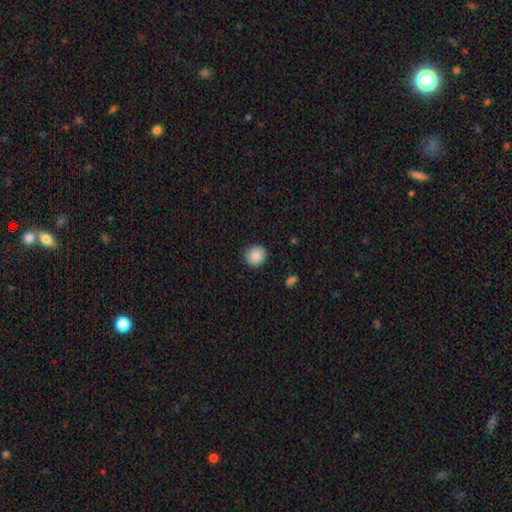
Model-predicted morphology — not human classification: type=smooth (87%); roundness=round (90%); merging=none (89%).